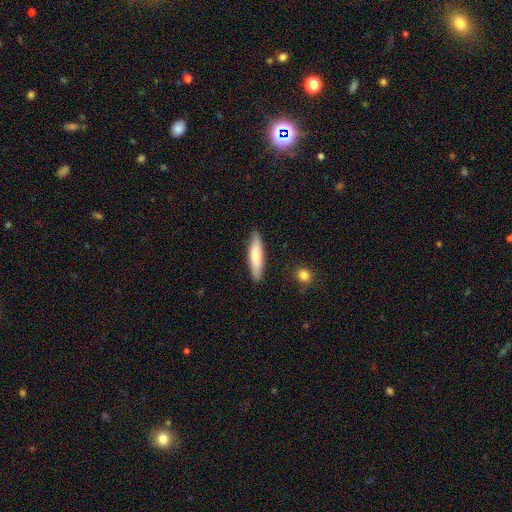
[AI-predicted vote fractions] Smooth or featured? Predicted: smooth (p=0.72). How rounded? Predicted: cigar-shaped (p=0.78). Merging? Predicted: none (p=0.86).